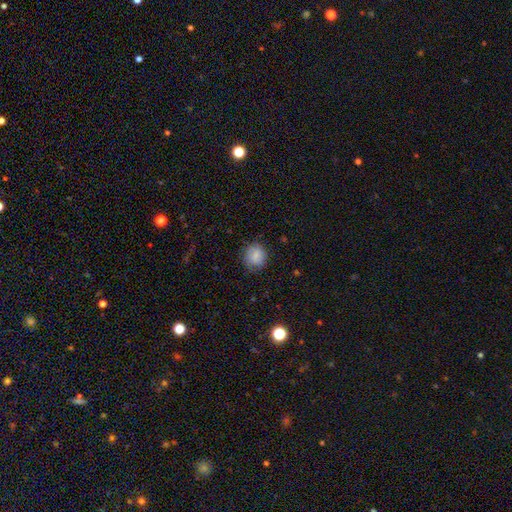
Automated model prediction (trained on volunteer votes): A smooth galaxy with no disk features (81%) that is round (78%). Merging: none (76%).